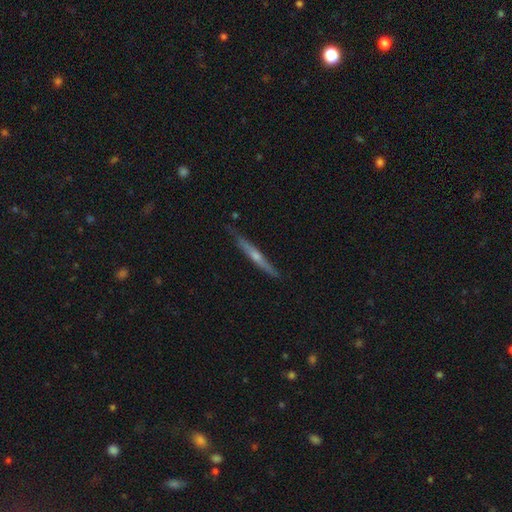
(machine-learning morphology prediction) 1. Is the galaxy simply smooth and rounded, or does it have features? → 67% featured or disk, 28% smooth, 6% star or artifact.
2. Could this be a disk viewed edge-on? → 97% yes, 3% no.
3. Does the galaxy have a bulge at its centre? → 68% rounded, 27% none, 5% boxy.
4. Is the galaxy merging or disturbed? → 83% none, 14% minor disturbance, 2% major disturbance, 1% merger.